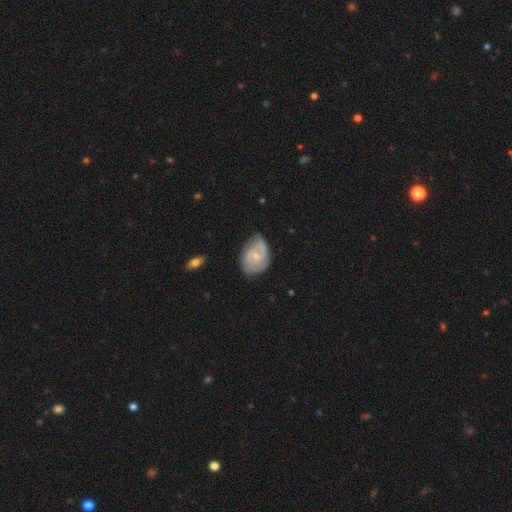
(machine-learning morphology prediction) A featured or disk galaxy (73%) with no bar (54%), 2 (59%) tight (44%) spiral arms (90%) and a small central bulge (66%). Merging: none (64%).